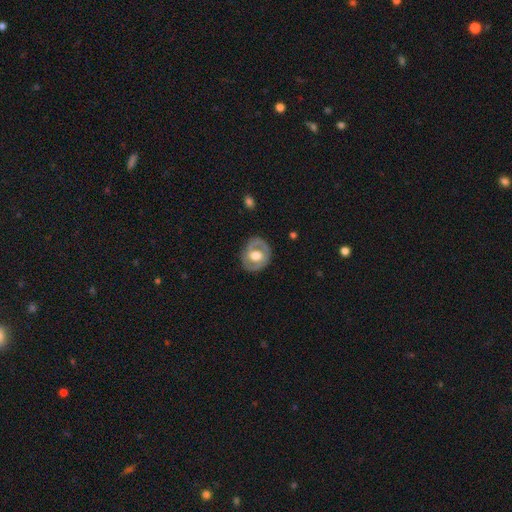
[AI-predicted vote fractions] Smooth or featured: featured or disk — 63% (smooth — 32%)
Edge-on disk: no — 95% (yes — 5%)
Bar: no — 62% (weak — 29%)
Spiral arms: no — 51% (yes — 49%)
Bulge size: moderate — 53% (large — 40%)
Merging: none — 79% (minor disturbance — 14%)